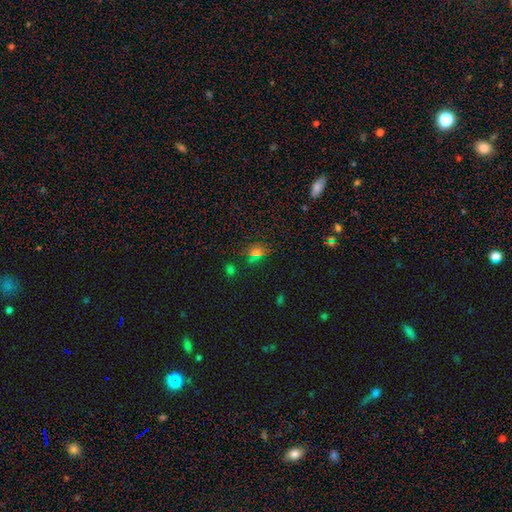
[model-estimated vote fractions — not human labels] This is possibly a smooth galaxy (58%). How rounded: likely round (69%). Merging: clearly none (81%).